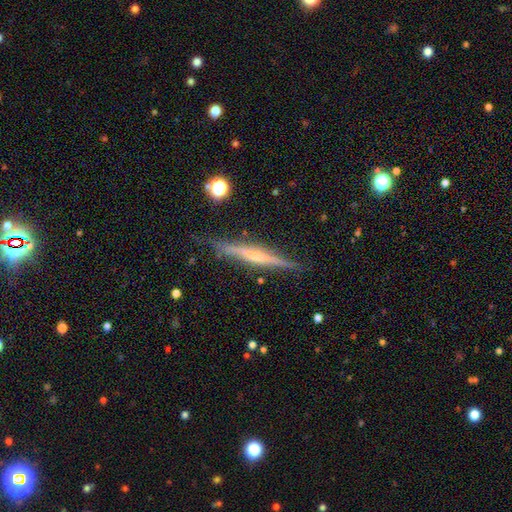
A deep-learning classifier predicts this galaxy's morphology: Overall: featured or disk (75%). Edge-on disk: yes (97%). Edge-on bulge: rounded (62%; none 30%). Merging: none (83%).